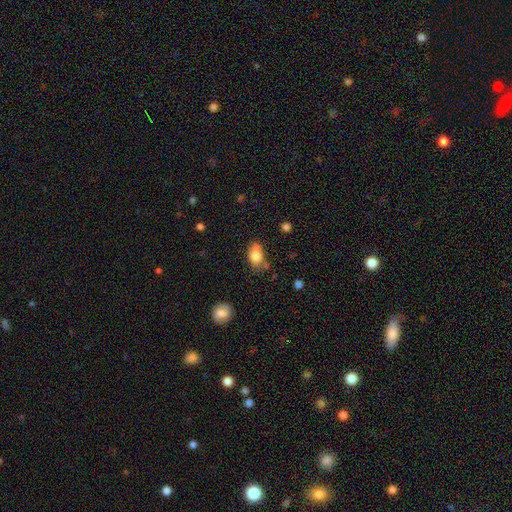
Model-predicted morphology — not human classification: Smooth or featured?
  - smooth: 78% *
  - featured or disk: 12%
  - star or artifact: 10%
How rounded?
  - in between: 71% *
  - round: 27%
  - cigar-shaped: 2%
Merging?
  - none: 49% *
  - merger: 23%
  - minor disturbance: 22%
  - major disturbance: 7%